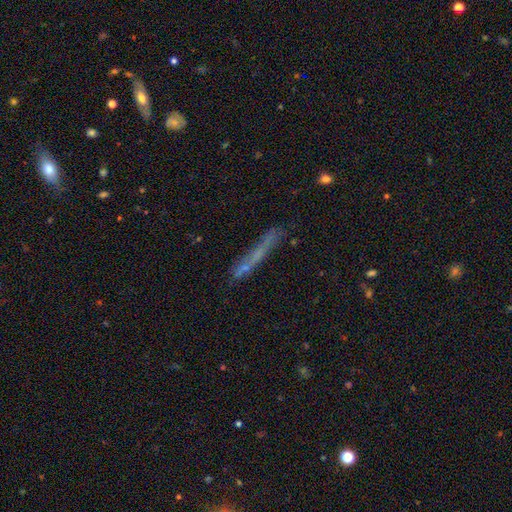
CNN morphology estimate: Smooth or featured?
  - smooth: 46% *
  - featured or disk: 38%
  - star or artifact: 16%
Merging?
  - none: 71% *
  - minor disturbance: 18%
  - major disturbance: 7%
  - merger: 4%